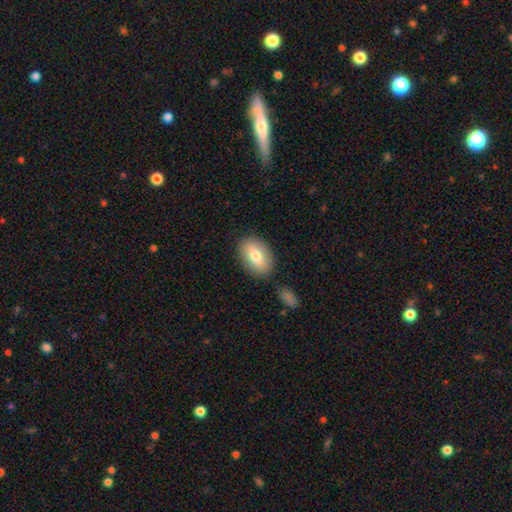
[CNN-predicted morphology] This appears to be a smooth galaxy with no disk features (71%) that is in between round and cigar-shaped (87%). Merging: none (82%).